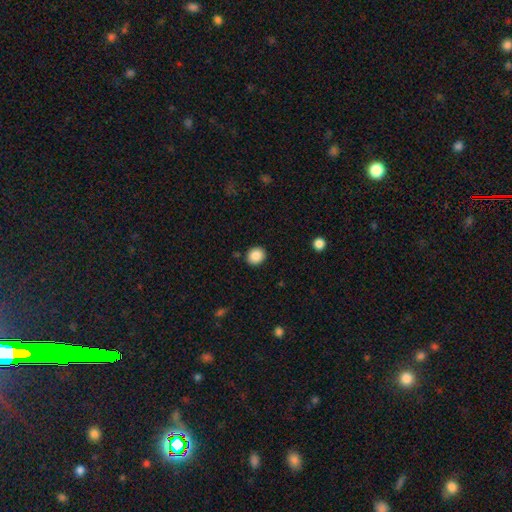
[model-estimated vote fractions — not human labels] Smooth or featured?
  - smooth: 88% *
  - star or artifact: 9%
  - featured or disk: 3%
How rounded?
  - round: 77% *
  - in between: 22%
  - cigar-shaped: 1%
Merging?
  - none: 89% *
  - minor disturbance: 7%
  - major disturbance: 2%
  - merger: 2%